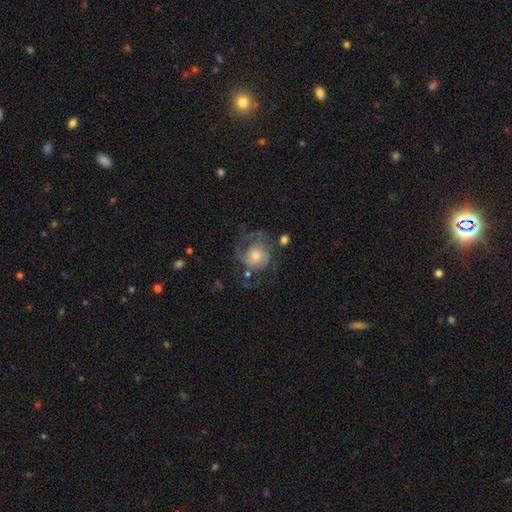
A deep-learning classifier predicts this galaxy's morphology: smooth-or-featured: featured or disk: 74% | smooth: 18% | star or artifact: 8%
  disk-edge-on: no: 98% | yes: 2%
    bar: no: 75% | weak: 22% | strong: 4%
    has-spiral-arms: yes: 87% | no: 13%
      spiral-winding: medium: 43% | tight: 36% | loose: 21%
      spiral-arm-count: 2: 40% | can't tell: 26% | 3: 17% | 1: 9% | 4: 4% | more than 4: 4%
    bulge-size: moderate: 55% | small: 34% | large: 7% | none: 2% | dominant: 1%
  merging: none: 51% | major disturbance: 26% | minor disturbance: 19% | merger: 3%